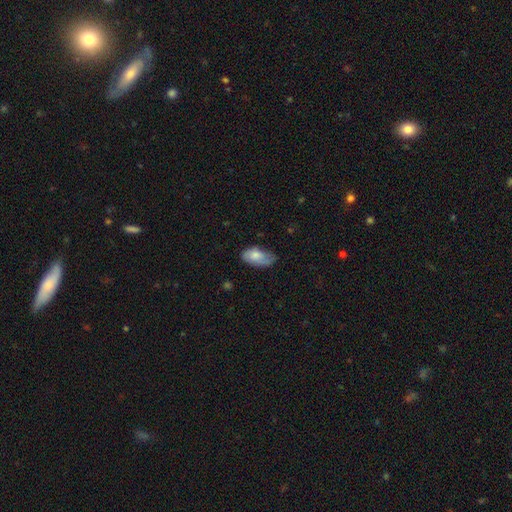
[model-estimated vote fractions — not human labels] smooth-or-featured: smooth: 74% | featured or disk: 20% | star or artifact: 6%
  how-rounded: in between: 93% | cigar-shaped: 4% | round: 3%
  merging: none: 49% | minor disturbance: 38% | major disturbance: 11% | merger: 2%